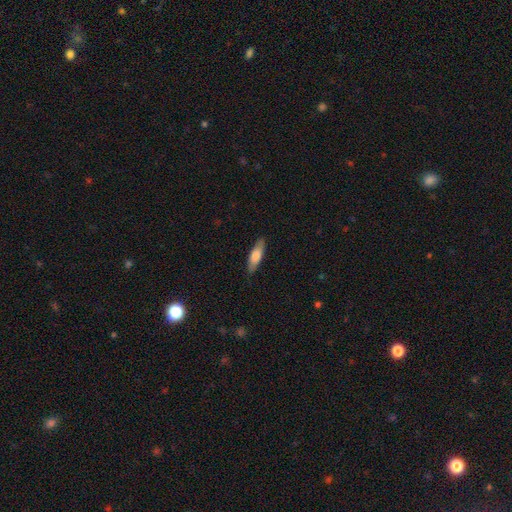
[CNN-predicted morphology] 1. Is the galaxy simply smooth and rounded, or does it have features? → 71% smooth, 23% featured or disk, 6% star or artifact.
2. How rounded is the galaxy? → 54% cigar-shaped, 44% in between, 2% round.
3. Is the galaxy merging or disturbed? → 85% none, 12% minor disturbance, 2% major disturbance, 1% merger.